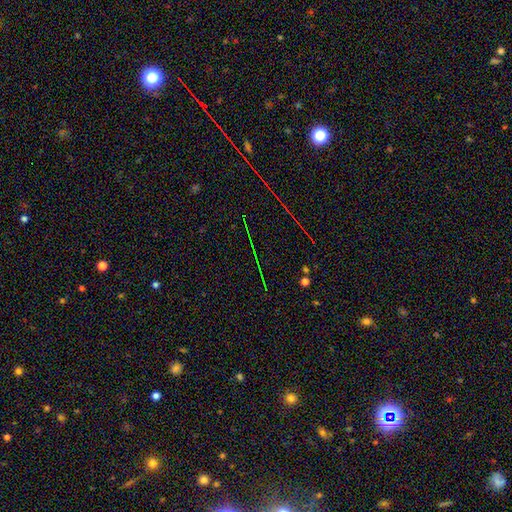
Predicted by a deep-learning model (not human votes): Q: Smooth or featured?
A: star or artifact (74%); runner-up: smooth (16%)